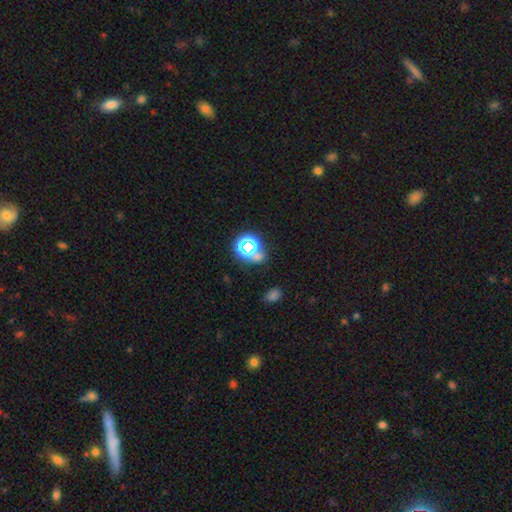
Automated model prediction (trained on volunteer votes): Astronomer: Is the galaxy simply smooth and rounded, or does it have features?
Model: star or artifact — 51% (runner-up: smooth, 38%).